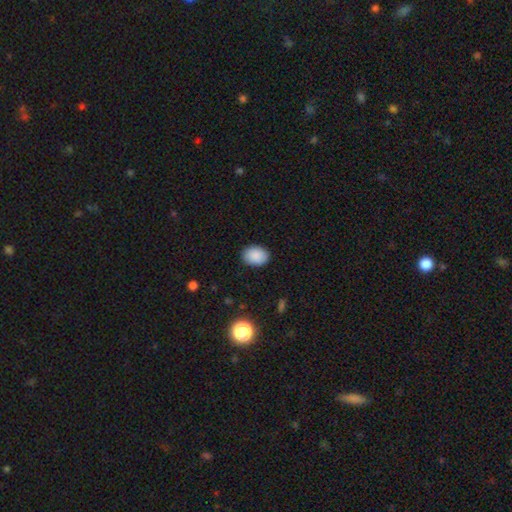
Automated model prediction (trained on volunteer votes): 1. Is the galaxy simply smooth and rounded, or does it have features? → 89% smooth, 8% star or artifact, 4% featured or disk.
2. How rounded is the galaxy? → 71% in between, 28% round, 1% cigar-shaped.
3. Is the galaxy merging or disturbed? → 88% none, 9% minor disturbance, 2% major disturbance, 1% merger.